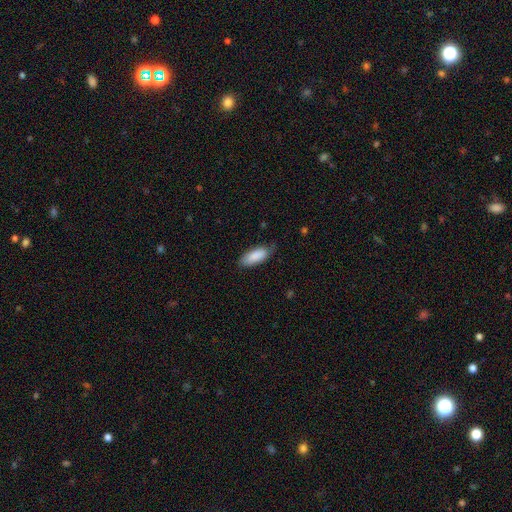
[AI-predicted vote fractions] The model was most divided on "merging": none: 70%, minor disturbance: 25%, major disturbance: 4%, merger: 1%. More confident: smooth or featured — smooth (88%); how rounded — in between (83%).